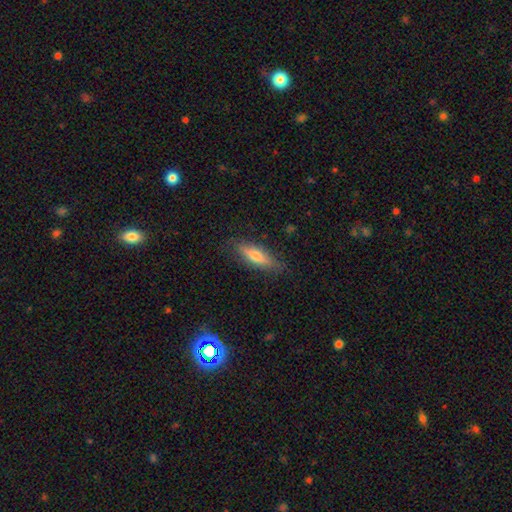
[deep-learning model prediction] smooth-or-featured: smooth: 62% | featured or disk: 31% | star or artifact: 7%
  how-rounded: cigar-shaped: 57% | in between: 41% | round: 2%
  merging: none: 83% | minor disturbance: 13% | major disturbance: 3% | merger: 1%